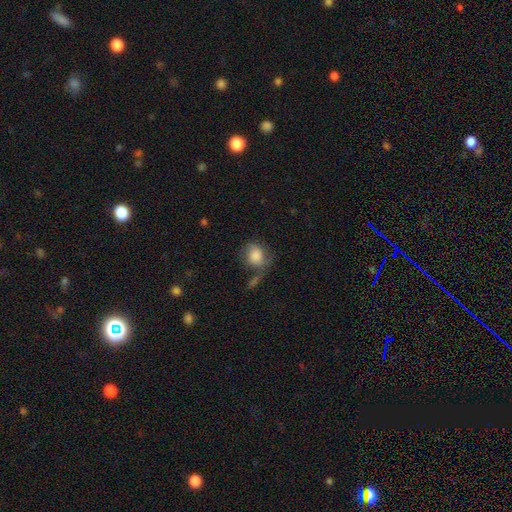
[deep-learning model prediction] Q: Smooth or featured?
A: smooth (68%); runner-up: featured or disk (23%)
Q: How rounded?
A: round (61%); runner-up: in between (38%)
Q: Merging?
A: none (45%); runner-up: minor disturbance (26%)